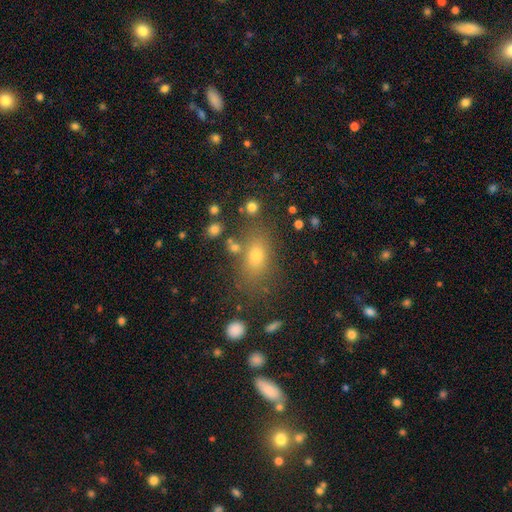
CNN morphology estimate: Smooth or featured? Predicted: smooth (p=0.71). How rounded? Predicted: in between (p=0.77). Merging? Predicted: none (p=0.73).